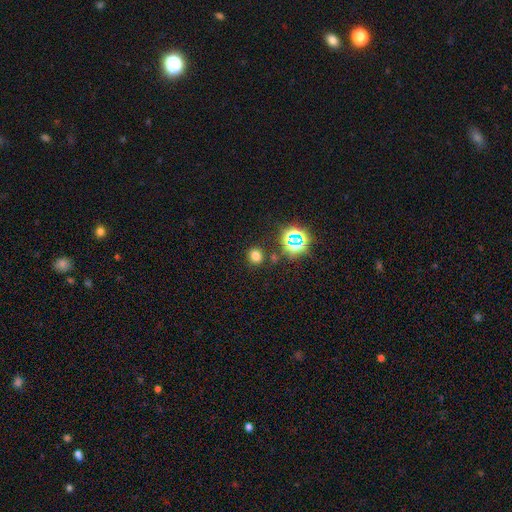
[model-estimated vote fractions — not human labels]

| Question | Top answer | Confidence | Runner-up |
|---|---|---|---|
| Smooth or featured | smooth | 69% | star or artifact (25%) |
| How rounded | round | 74% | in between (25%) |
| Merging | none | 83% | minor disturbance (8%) |